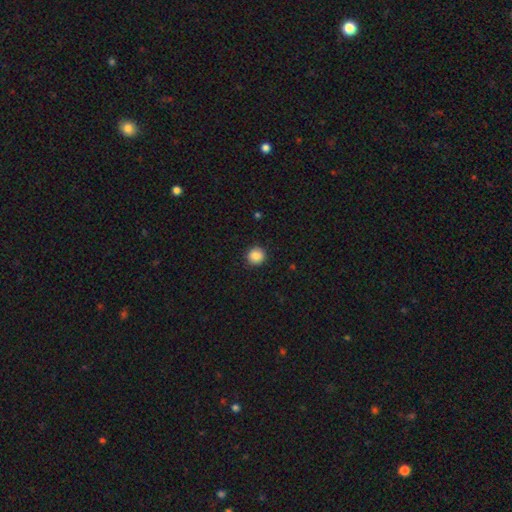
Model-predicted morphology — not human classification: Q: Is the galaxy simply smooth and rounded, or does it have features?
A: smooth — 88%.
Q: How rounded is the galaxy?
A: round — 93%.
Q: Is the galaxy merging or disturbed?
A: none — 92%.